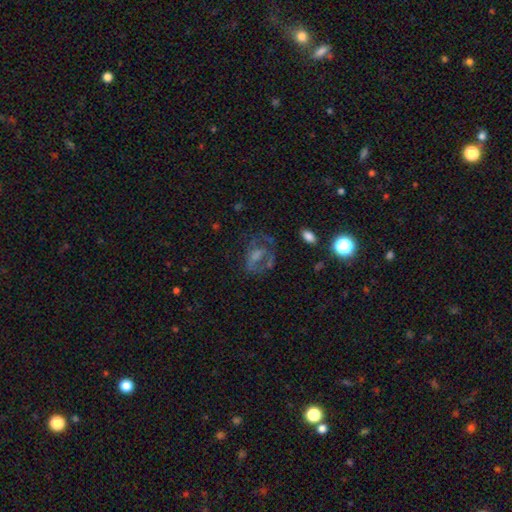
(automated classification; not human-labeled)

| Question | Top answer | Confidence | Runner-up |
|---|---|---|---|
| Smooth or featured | featured or disk | 54% | smooth (26%) |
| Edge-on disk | no | 96% | yes (4%) |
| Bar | no | 63% | weak (27%) |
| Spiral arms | no | 58% | yes (42%) |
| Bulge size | none | 32% | moderate (30%) |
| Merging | none | 48% | major disturbance (28%) |